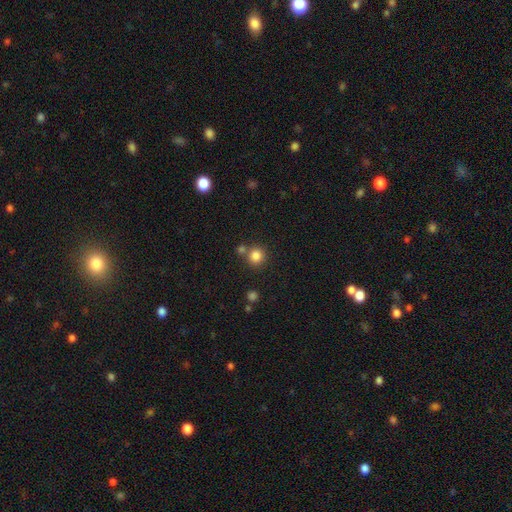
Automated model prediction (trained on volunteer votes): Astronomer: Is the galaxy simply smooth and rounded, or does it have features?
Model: smooth — 83%.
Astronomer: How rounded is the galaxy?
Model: round — 92%.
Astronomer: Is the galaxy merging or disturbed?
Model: none — 71%.